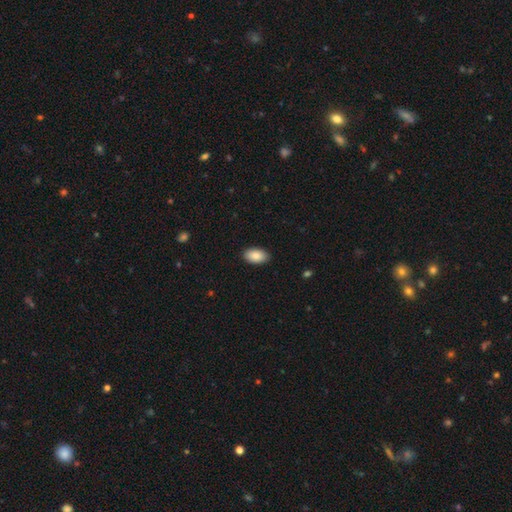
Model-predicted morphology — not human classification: A smooth galaxy with no disk features (88%) that is in between round and cigar-shaped (95%).

Vote fractions:
- Smooth or featured? smooth: 88% / star or artifact: 6% / featured or disk: 5%
- How rounded? in between: 95% / round: 4% / cigar-shaped: 1%
- Merging? none: 89% / minor disturbance: 8% / major disturbance: 2% / merger: 1%